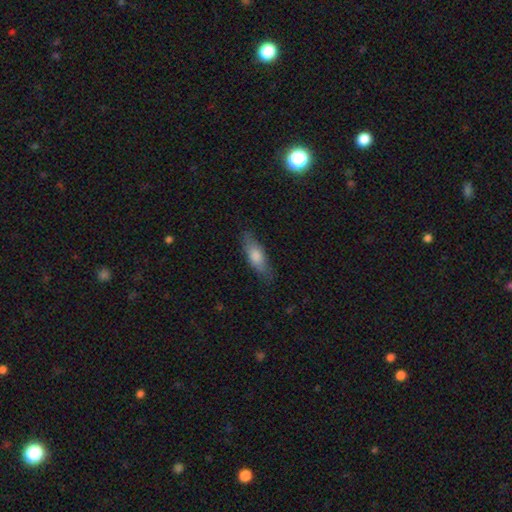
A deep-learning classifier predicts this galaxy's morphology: Smooth or featured?
  - smooth: 65% *
  - featured or disk: 28%
  - star or artifact: 7%
How rounded?
  - in between: 54% *
  - cigar-shaped: 43%
  - round: 3%
Merging?
  - none: 80% *
  - minor disturbance: 15%
  - major disturbance: 3%
  - merger: 1%